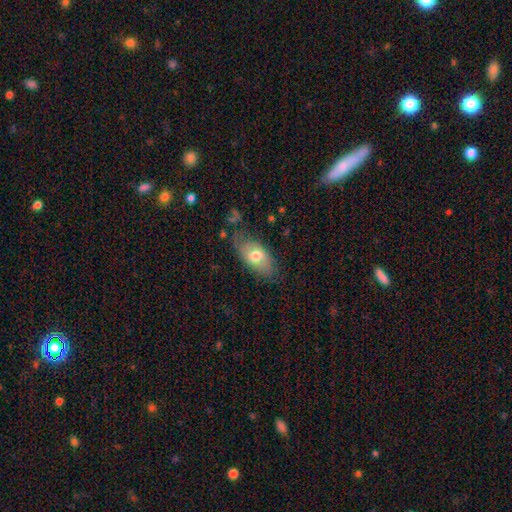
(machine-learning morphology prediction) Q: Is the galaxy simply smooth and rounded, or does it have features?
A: smooth — 65%.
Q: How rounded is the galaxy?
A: in between — 91%.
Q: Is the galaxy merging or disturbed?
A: none — 64%.